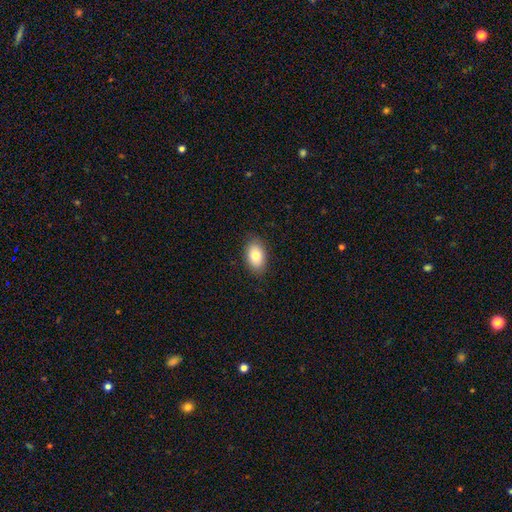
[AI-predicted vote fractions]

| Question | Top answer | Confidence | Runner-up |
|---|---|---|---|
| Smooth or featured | smooth | 81% | featured or disk (11%) |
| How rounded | in between | 89% | round (9%) |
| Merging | none | 87% | minor disturbance (10%) |